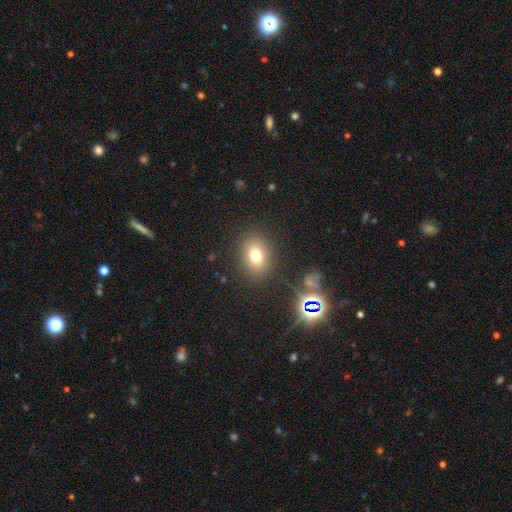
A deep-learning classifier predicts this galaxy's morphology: Q: Smooth or featured?
A: smooth (73%); runner-up: star or artifact (16%)
Q: How rounded?
A: in between (54%); runner-up: round (45%)
Q: Merging?
A: none (86%); runner-up: minor disturbance (9%)